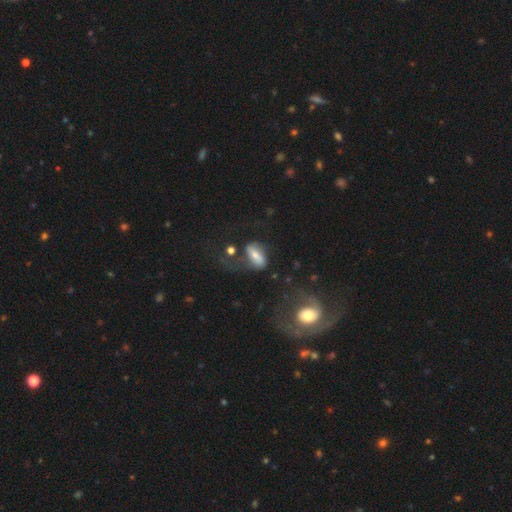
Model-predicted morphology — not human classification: The model was most divided on "merging": none: 38%, major disturbance: 34%, minor disturbance: 18%, merger: 10%. Remaining: smooth or featured — smooth (49%).